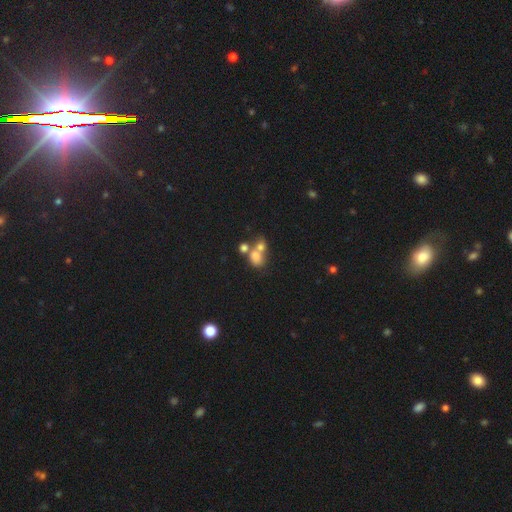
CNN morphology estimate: The model was most divided on "how rounded": in between: 50%, round: 49%, cigar-shaped: 2%. More confident: smooth or featured — smooth (71%); merging — merger (58%).